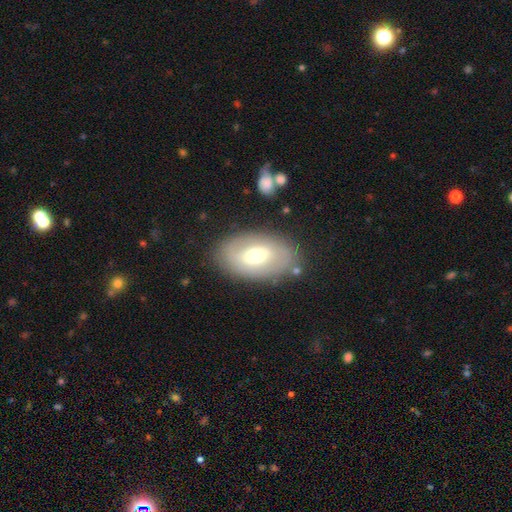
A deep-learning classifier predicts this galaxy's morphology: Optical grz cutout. It shows a featured or disk galaxy (50%). Merging: none (80%).